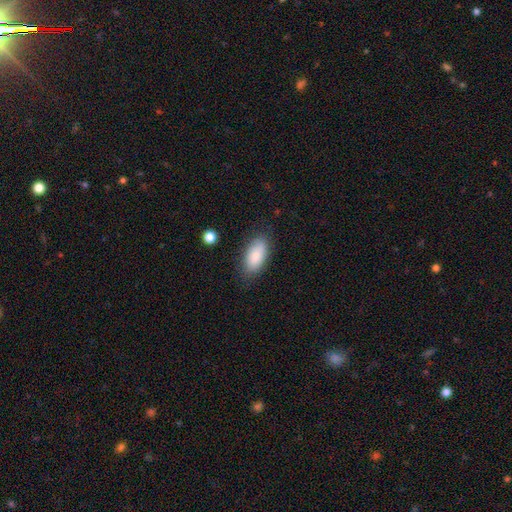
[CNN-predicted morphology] smooth 84%, featured or disk 9%, star or artifact 7%. Down the decision tree: how rounded — in between (91%); merging — none (79%).